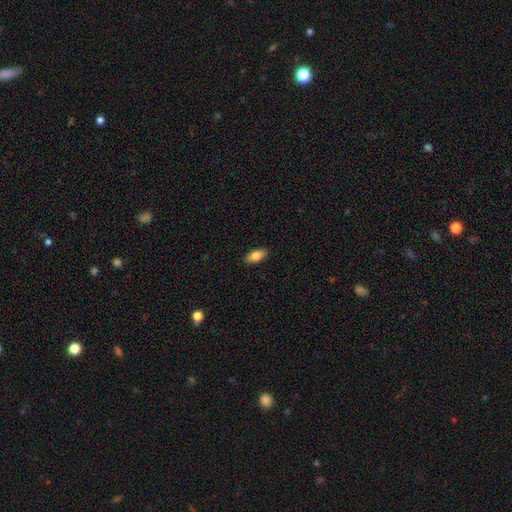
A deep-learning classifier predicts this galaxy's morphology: The model was most divided on "smooth or featured": smooth: 83%, featured or disk: 10%, star or artifact: 7%. More confident: how rounded — in between (89%); merging — none (89%).